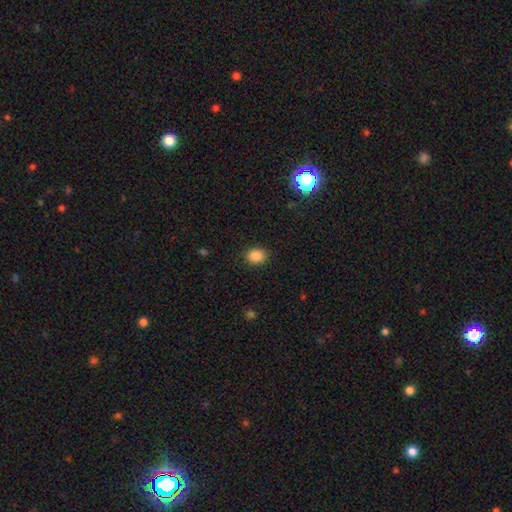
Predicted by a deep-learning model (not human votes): A smooth galaxy with no disk features (87%) that is round (53%).

Vote fractions:
- Smooth or featured? smooth: 87% / star or artifact: 9% / featured or disk: 4%
- How rounded? round: 53% / in between: 46% / cigar-shaped: 1%
- Merging? none: 87% / minor disturbance: 9% / major disturbance: 3% / merger: 1%